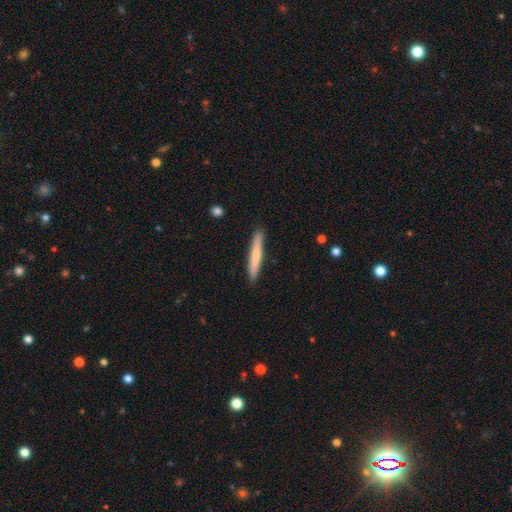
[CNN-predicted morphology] Overall: smooth (68%). How rounded: cigar-shaped (95%). Merging: none (90%).